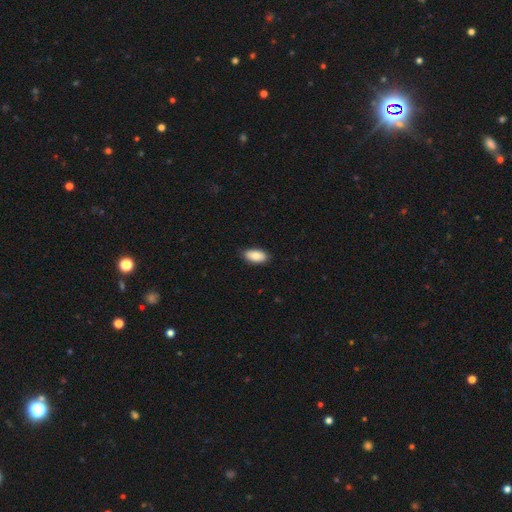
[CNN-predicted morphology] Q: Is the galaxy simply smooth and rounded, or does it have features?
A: smooth — 87%.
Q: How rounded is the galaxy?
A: in between — 93%.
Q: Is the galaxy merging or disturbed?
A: none — 86%.